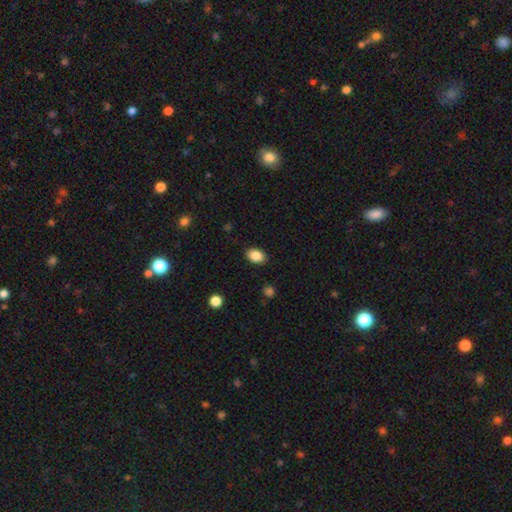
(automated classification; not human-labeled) smooth 88%, star or artifact 8%, featured or disk 4%. Down the decision tree: how rounded — in between (78%); merging — none (86%).